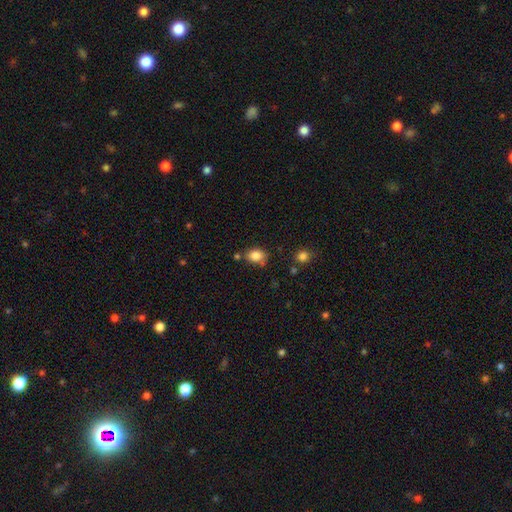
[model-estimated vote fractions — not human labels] Overall: smooth (84%). How rounded: in between (62%; round 37%). Merging: none (67%).